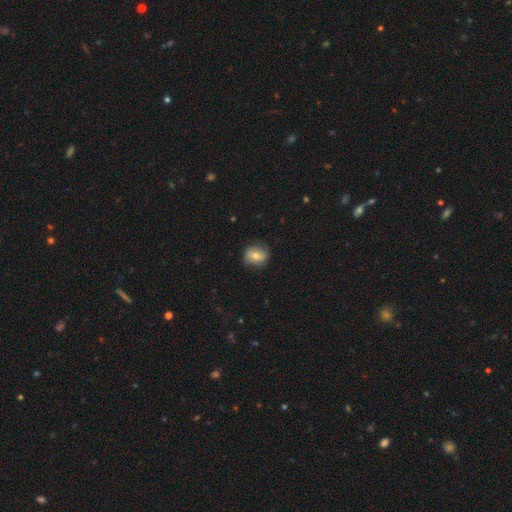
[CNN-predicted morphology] Smooth or featured? Predicted: smooth (p=0.57). How rounded? Predicted: round (p=0.61). Merging? Predicted: none (p=0.82).